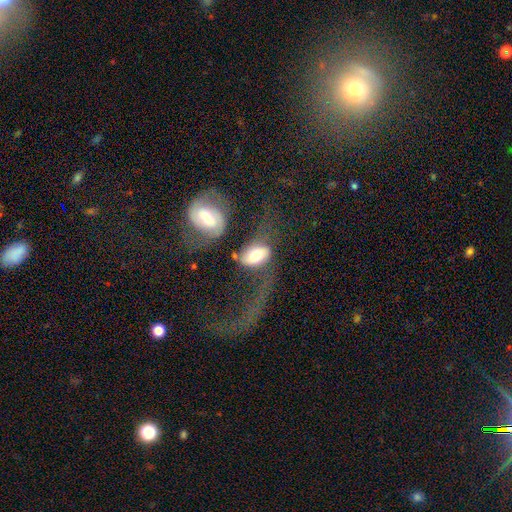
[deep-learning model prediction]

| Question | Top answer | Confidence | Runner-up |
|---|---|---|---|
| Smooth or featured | smooth | 51% | featured or disk (41%) |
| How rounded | in between | 89% | round (8%) |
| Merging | major disturbance | 38% | merger (25%) |